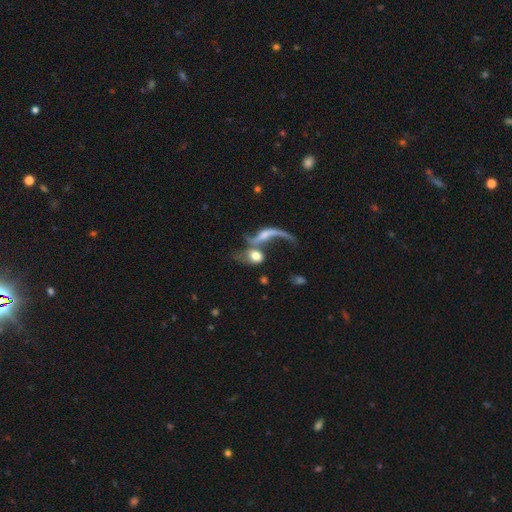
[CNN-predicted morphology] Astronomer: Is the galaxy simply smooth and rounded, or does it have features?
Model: featured or disk — 48% (runner-up: smooth, 41%).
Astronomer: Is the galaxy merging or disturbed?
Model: merger — 53%.